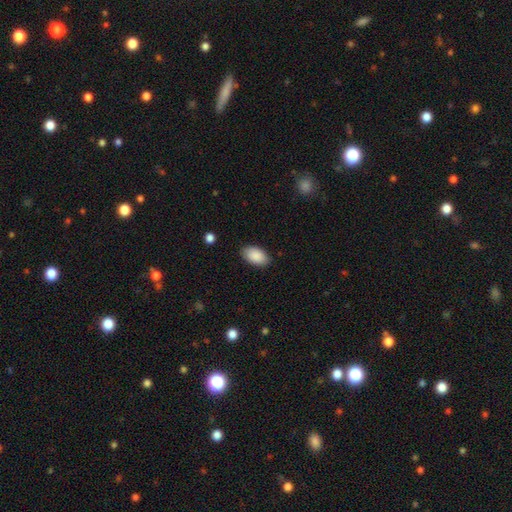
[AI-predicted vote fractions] A smooth galaxy with no disk features (90%) that is in between round and cigar-shaped (95%).

Vote fractions:
- Smooth or featured? smooth: 90% / star or artifact: 6% / featured or disk: 4%
- How rounded? in between: 95% / round: 4% / cigar-shaped: 1%
- Merging? none: 85% / minor disturbance: 11% / major disturbance: 2% / merger: 1%